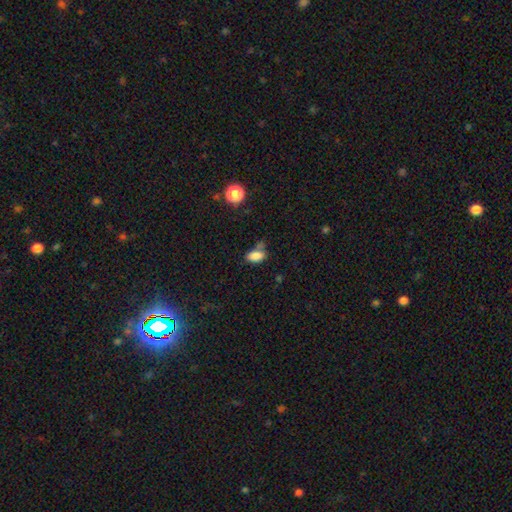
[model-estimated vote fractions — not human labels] Smooth or featured?
  - smooth: 84% *
  - star or artifact: 10%
  - featured or disk: 6%
How rounded?
  - in between: 89% *
  - round: 8%
  - cigar-shaped: 3%
Merging?
  - none: 53% *
  - minor disturbance: 21%
  - merger: 18%
  - major disturbance: 7%